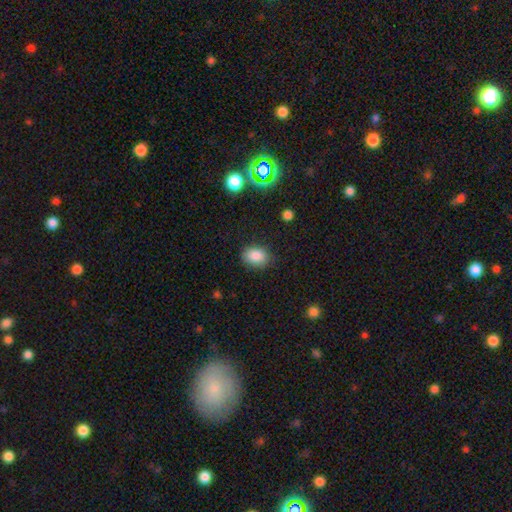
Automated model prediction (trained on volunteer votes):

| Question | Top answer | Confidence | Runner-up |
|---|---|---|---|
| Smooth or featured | smooth | 85% | star or artifact (10%) |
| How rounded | in between | 69% | round (30%) |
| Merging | none | 81% | minor disturbance (14%) |